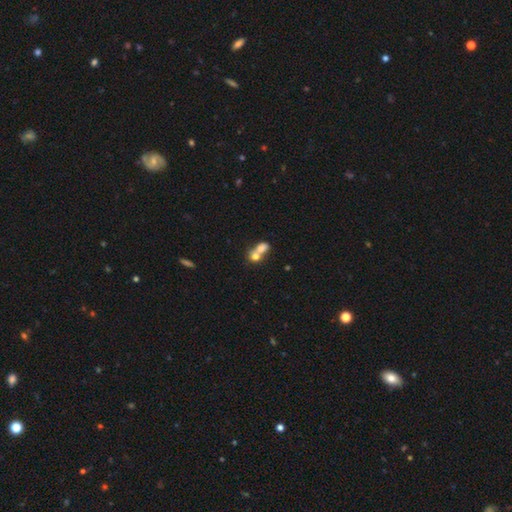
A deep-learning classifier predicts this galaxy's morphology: The model was most divided on "how rounded": round: 49%, in between: 47%, cigar-shaped: 3%. More confident: smooth or featured — smooth (70%); merging — merger (70%).